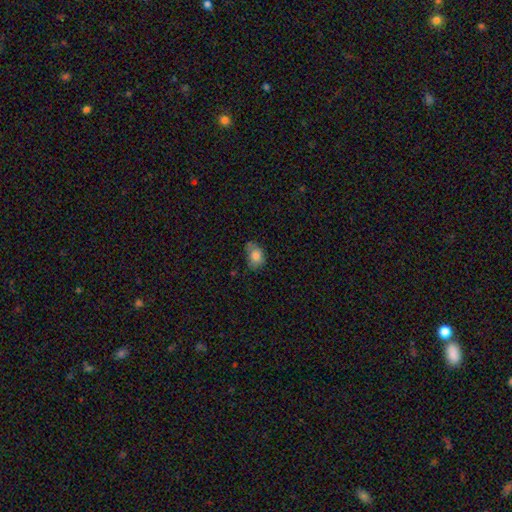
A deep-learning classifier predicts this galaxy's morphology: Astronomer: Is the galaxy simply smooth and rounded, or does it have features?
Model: smooth — 78%.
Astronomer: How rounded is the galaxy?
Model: in between — 75%.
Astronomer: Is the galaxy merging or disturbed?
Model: none — 50% (runner-up: minor disturbance, 36%).